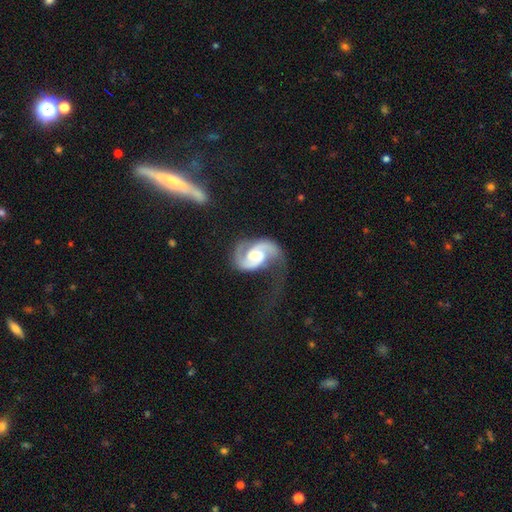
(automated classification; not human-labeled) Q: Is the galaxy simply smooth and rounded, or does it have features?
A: featured or disk — 90%.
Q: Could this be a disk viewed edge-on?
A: no — 98%.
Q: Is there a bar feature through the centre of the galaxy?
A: weak — 43%.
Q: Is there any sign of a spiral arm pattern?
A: yes — 97%.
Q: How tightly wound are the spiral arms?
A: medium — 52%.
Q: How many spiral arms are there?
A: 2 — 89%.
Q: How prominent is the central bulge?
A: moderate — 66%.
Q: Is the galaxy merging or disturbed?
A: none — 43%.